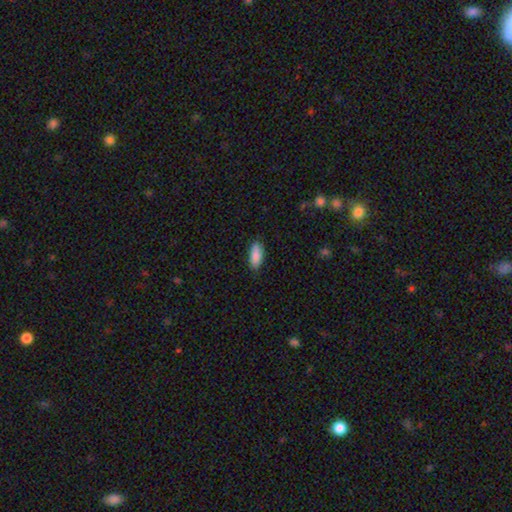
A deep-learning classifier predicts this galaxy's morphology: Overall: smooth (89%). How rounded: in between (73%). Merging: none (85%).